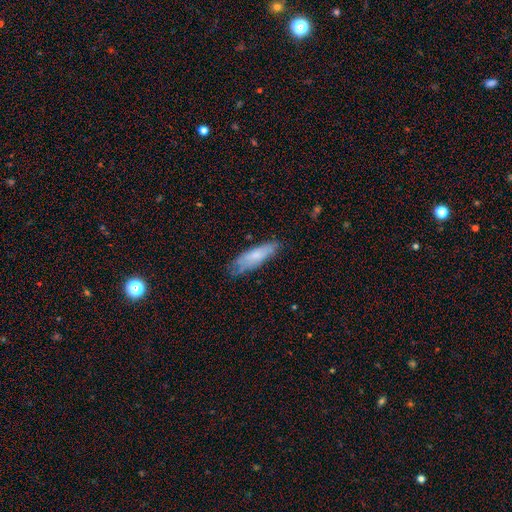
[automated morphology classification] Smooth or featured? smooth (67%)
How rounded? cigar-shaped (51%)
Merging? none (65%)